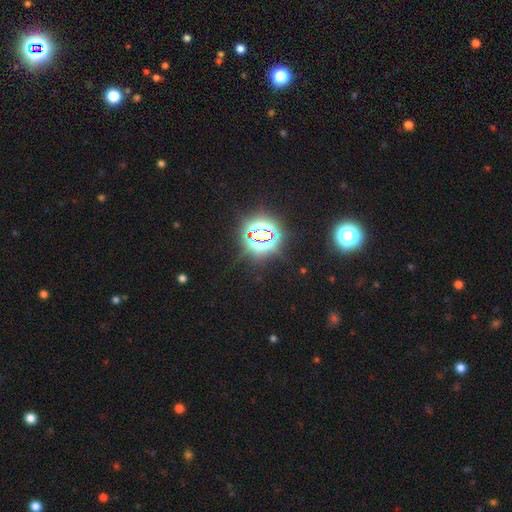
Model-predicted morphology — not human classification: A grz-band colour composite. It shows a star or artifact, not a galaxy (76%).